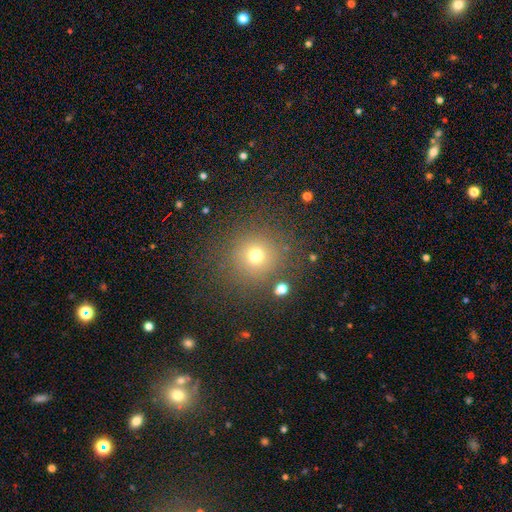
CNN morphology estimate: type=smooth (71%); roundness=round (92%); merging=none (83%).